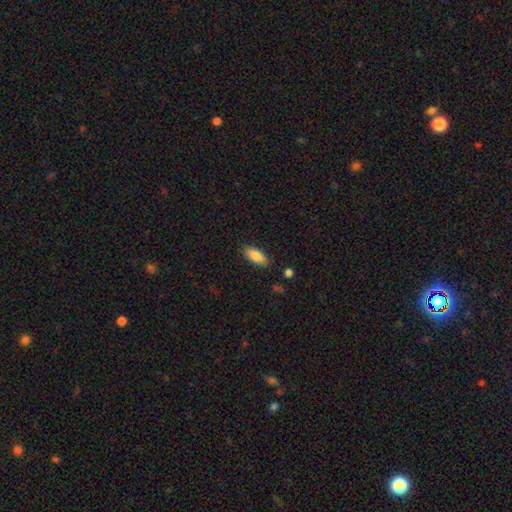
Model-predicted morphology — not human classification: Smooth or featured?
  - smooth: 86% *
  - featured or disk: 8%
  - star or artifact: 7%
How rounded?
  - in between: 82% *
  - cigar-shaped: 16%
  - round: 2%
Merging?
  - none: 86% *
  - minor disturbance: 10%
  - major disturbance: 2%
  - merger: 2%